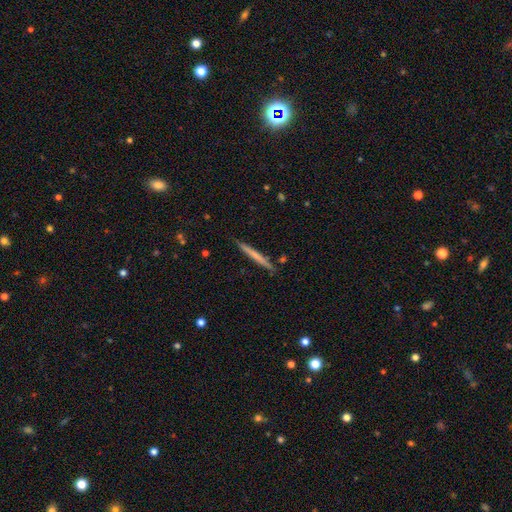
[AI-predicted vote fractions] Smooth or featured?
  - smooth: 55% *
  - featured or disk: 40%
  - star or artifact: 5%
How rounded?
  - cigar-shaped: 97% *
  - in between: 2%
  - round: 1%
Merging?
  - none: 89% *
  - minor disturbance: 8%
  - merger: 2%
  - major disturbance: 1%